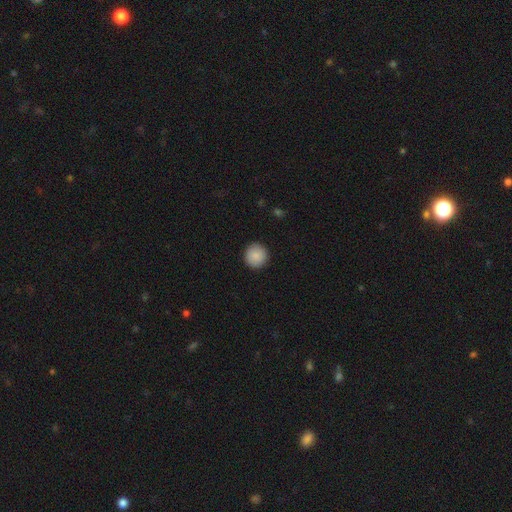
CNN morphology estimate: Smooth or featured? Predicted: smooth (p=0.89). How rounded? Predicted: round (p=0.95). Merging? Predicted: none (p=0.93).